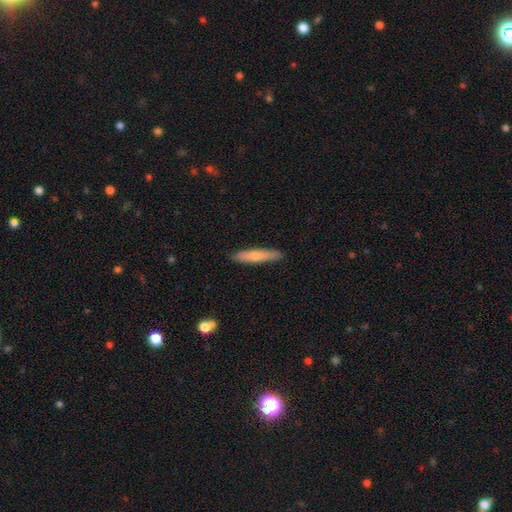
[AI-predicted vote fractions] This is likely a smooth galaxy (69%). How rounded: clearly cigar-shaped (91%). Merging: clearly none (90%).